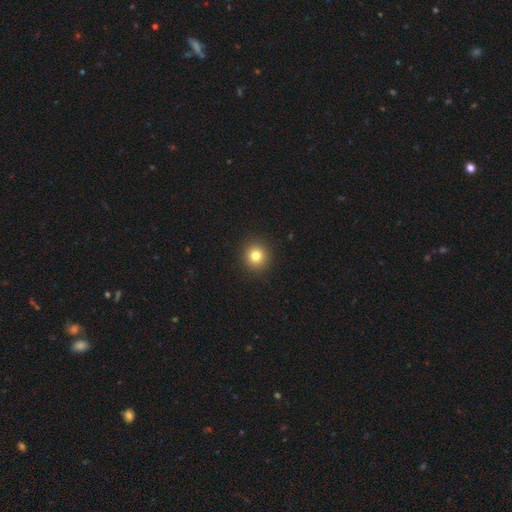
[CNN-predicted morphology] A smooth galaxy with no disk features (80%) that is round (92%).

Vote fractions:
- Smooth or featured? smooth: 80% / star or artifact: 13% / featured or disk: 7%
- How rounded? round: 92% / in between: 7% / cigar-shaped: 1%
- Merging? none: 92% / minor disturbance: 5% / major disturbance: 2% / merger: 1%